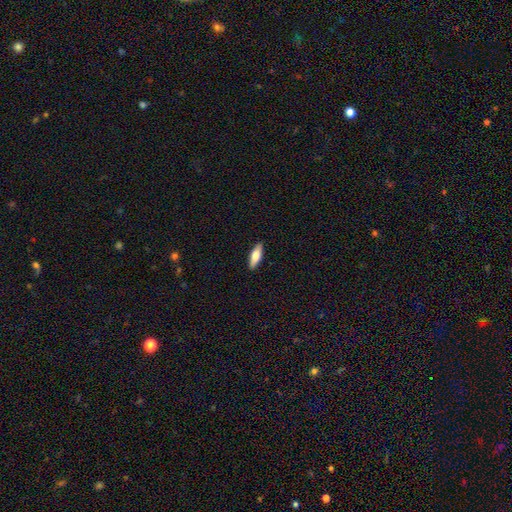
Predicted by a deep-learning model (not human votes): Morphology: type=smooth (62%); roundness=in between (53%); merging=none (91%).